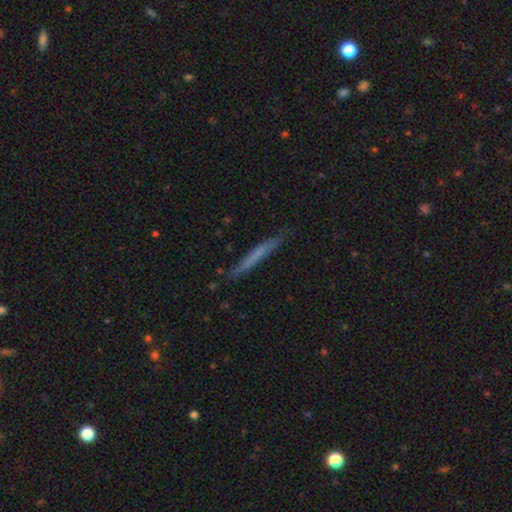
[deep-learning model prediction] Smooth or featured: smooth — 54% (featured or disk — 39%)
How rounded: cigar-shaped — 96% (in between — 2%)
Merging: none — 85% (minor disturbance — 12%)